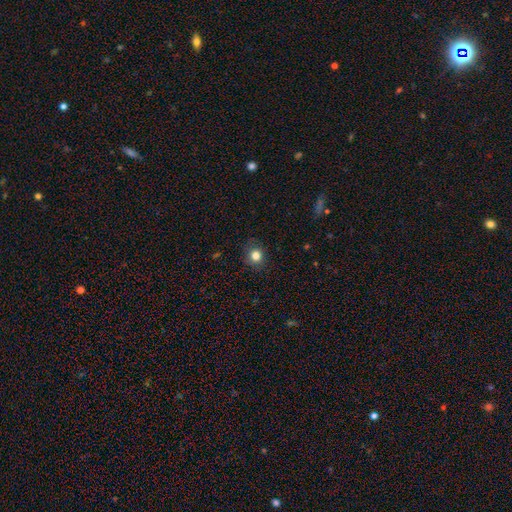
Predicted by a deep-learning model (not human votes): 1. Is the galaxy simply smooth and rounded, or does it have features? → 82% smooth, 12% star or artifact, 6% featured or disk.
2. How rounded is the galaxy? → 83% round, 16% in between, 1% cigar-shaped.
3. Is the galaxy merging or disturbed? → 86% none, 10% minor disturbance, 3% major disturbance, 1% merger.